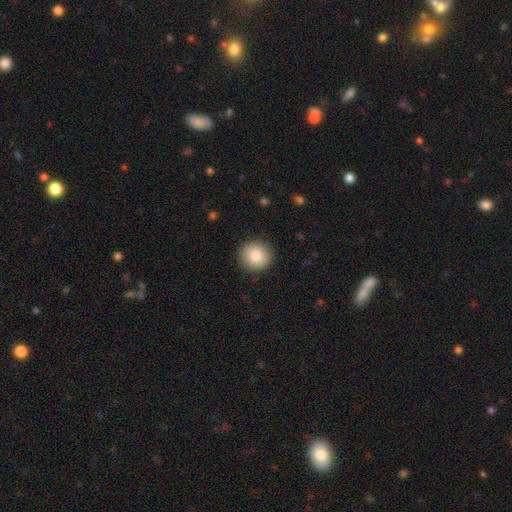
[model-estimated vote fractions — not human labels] A smooth galaxy with no disk features (85%) that is round (92%).

Vote fractions:
- Smooth or featured? smooth: 85% / star or artifact: 8% / featured or disk: 8%
- How rounded? round: 92% / in between: 7% / cigar-shaped: 1%
- Merging? none: 90% / minor disturbance: 7% / major disturbance: 2% / merger: 1%